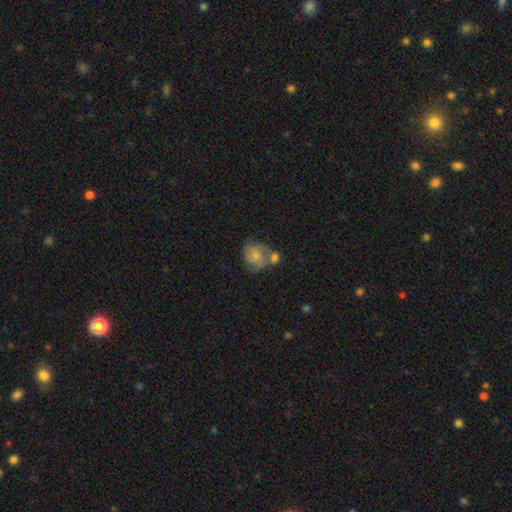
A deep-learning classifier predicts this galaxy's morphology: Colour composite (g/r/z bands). It shows a smooth galaxy with no disk features (65%) that is round (68%). Merging: merger (39%).